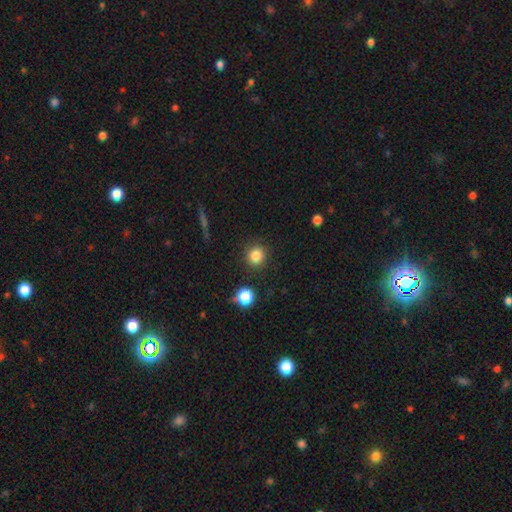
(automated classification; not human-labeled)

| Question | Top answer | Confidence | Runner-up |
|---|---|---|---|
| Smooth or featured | smooth | 83% | star or artifact (12%) |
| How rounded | round | 90% | in between (9%) |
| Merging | none | 87% | minor disturbance (8%) |